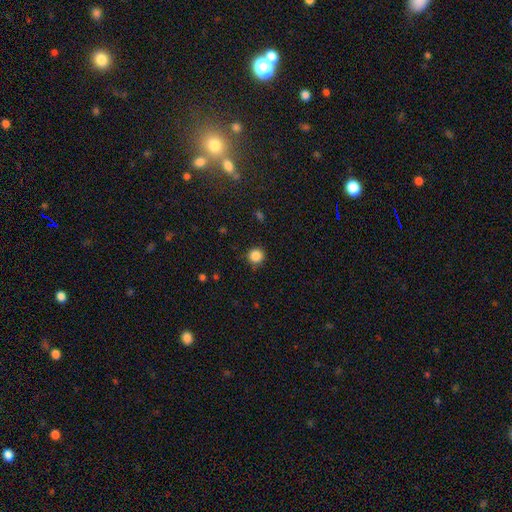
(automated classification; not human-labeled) A smooth galaxy with no disk features (86%) that is round (94%).

Vote fractions:
- Smooth or featured? smooth: 86% / star or artifact: 11% / featured or disk: 3%
- How rounded? round: 94% / in between: 5% / cigar-shaped: 1%
- Merging? none: 86% / minor disturbance: 10% / major disturbance: 3% / merger: 1%